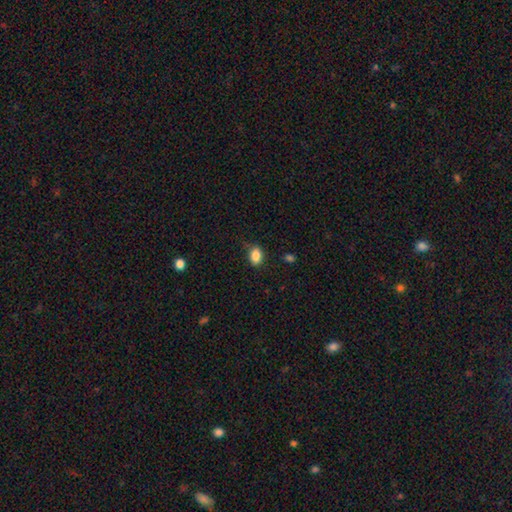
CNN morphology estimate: Overall: smooth (86%). How rounded: in between (78%). Merging: none (76%).